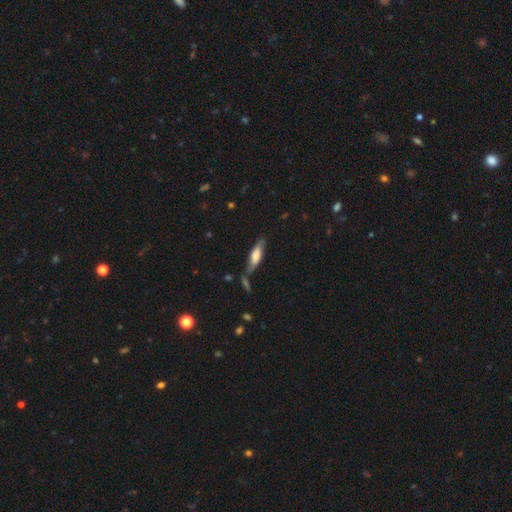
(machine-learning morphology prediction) This appears to be a smooth galaxy with no disk features (58%) that is cigar-shaped (54%). Merging: none (64%).